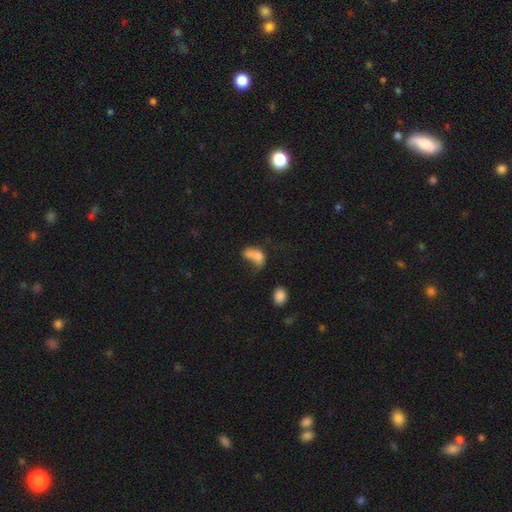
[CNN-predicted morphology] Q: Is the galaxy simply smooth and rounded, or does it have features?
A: smooth — 70%.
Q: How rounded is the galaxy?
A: in between — 78%.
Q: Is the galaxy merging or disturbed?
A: merger — 47%.